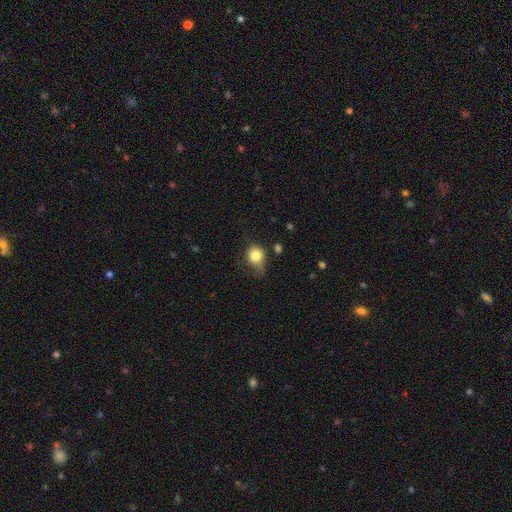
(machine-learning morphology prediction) Q: Smooth or featured?
A: smooth (81%); runner-up: star or artifact (10%)
Q: How rounded?
A: round (68%); runner-up: in between (31%)
Q: Merging?
A: none (43%); runner-up: minor disturbance (36%)